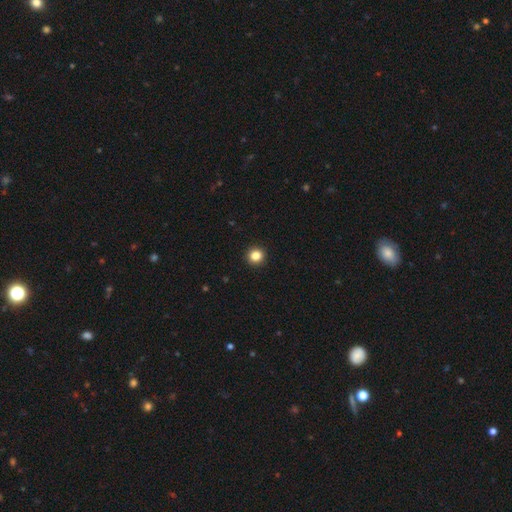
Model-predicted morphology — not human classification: smooth_or_featured: smooth (p=0.84) [alt: star or artifact p=0.11]
how_rounded: round (p=0.92) [alt: in between p=0.07]
merging: none (p=0.94) [alt: minor disturbance p=0.04]